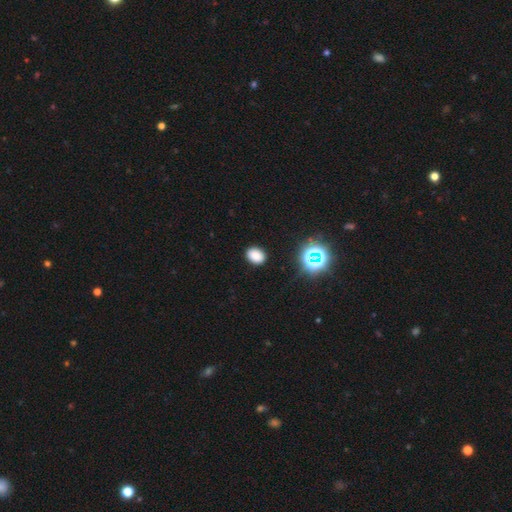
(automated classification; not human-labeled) Q: Smooth or featured?
A: smooth (80%); runner-up: star or artifact (15%)
Q: How rounded?
A: in between (63%); runner-up: round (36%)
Q: Merging?
A: none (89%); runner-up: minor disturbance (7%)